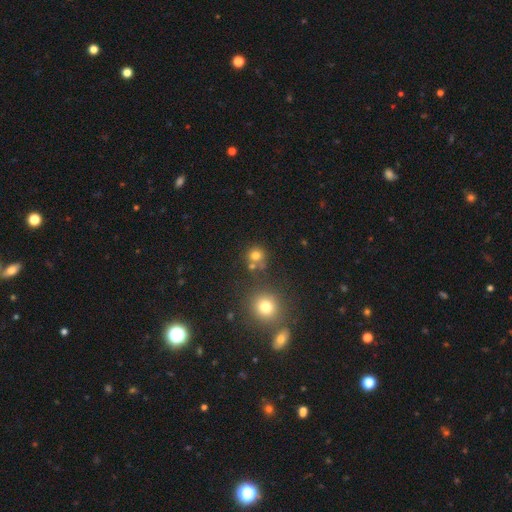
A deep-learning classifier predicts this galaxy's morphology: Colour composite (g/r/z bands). It shows a smooth galaxy with no disk features (75%) that is round (88%). Merging: none (66%).